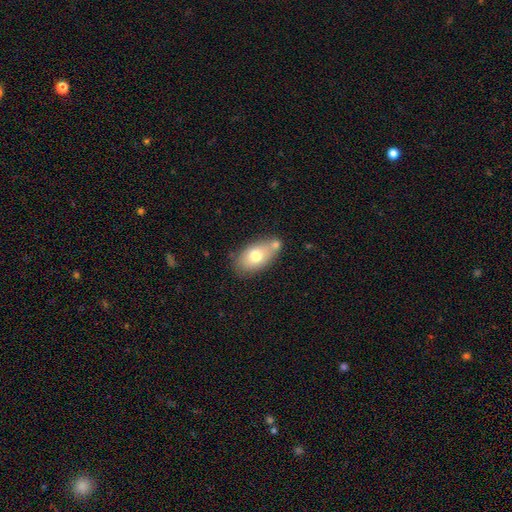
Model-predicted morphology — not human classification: Smooth or featured: smooth — 71% (featured or disk — 21%)
How rounded: in between — 89% (round — 9%)
Merging: none — 52% (merger — 25%)